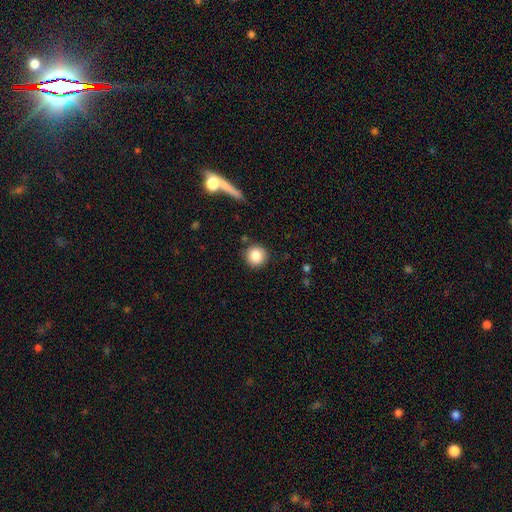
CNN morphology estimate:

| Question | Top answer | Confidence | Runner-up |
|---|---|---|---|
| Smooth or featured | smooth | 84% | star or artifact (9%) |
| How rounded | round | 94% | in between (5%) |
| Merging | none | 88% | minor disturbance (8%) |